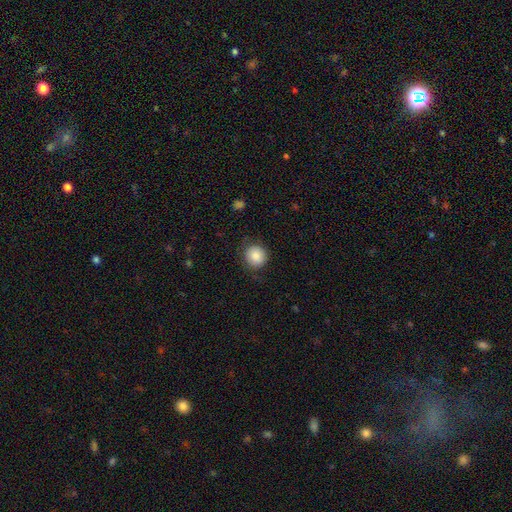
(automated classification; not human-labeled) The model was most divided on "merging": none: 83%, minor disturbance: 12%, major disturbance: 4%, merger: 1%. More confident: how rounded — round (92%); smooth or featured — smooth (86%).